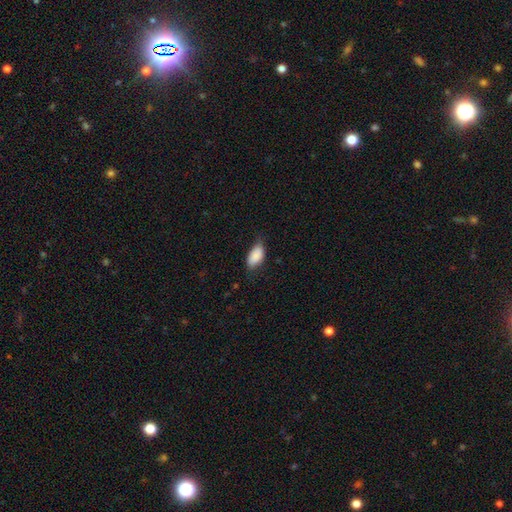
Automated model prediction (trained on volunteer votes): Smooth or featured?
  - smooth: 87% *
  - star or artifact: 6%
  - featured or disk: 6%
How rounded?
  - in between: 93% *
  - cigar-shaped: 4%
  - round: 4%
Merging?
  - none: 61% *
  - minor disturbance: 30%
  - major disturbance: 7%
  - merger: 1%